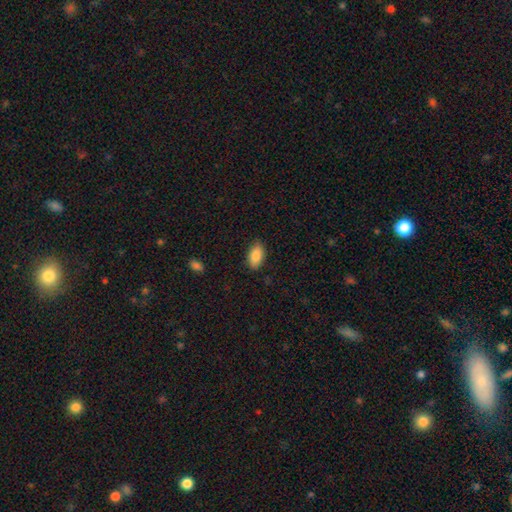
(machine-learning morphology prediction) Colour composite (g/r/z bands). It shows a smooth galaxy with no disk features (86%) that is in between round and cigar-shaped (93%). Merging: none (87%).